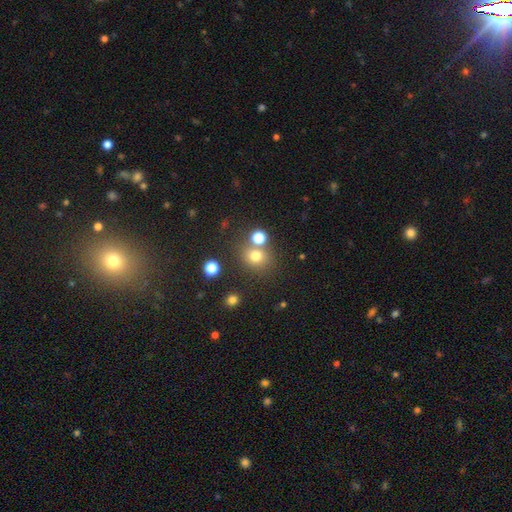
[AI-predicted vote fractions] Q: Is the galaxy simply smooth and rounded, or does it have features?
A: smooth — 73%.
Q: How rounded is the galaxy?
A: round — 80%.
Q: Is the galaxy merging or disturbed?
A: none — 68%.